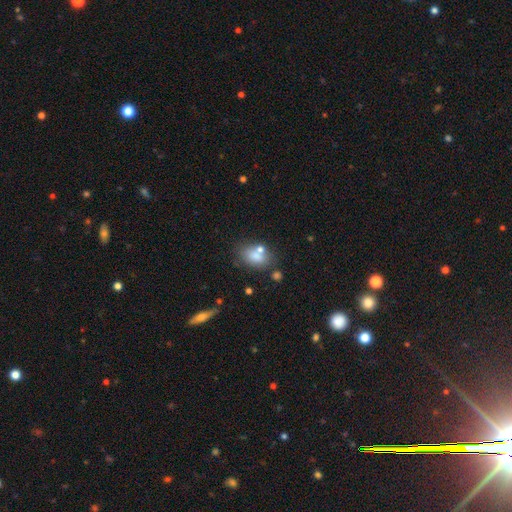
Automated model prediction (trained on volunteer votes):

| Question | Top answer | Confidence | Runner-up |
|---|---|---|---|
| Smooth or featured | smooth | 75% | featured or disk (15%) |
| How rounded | in between | 82% | round (16%) |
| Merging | none | 56% | merger (21%) |